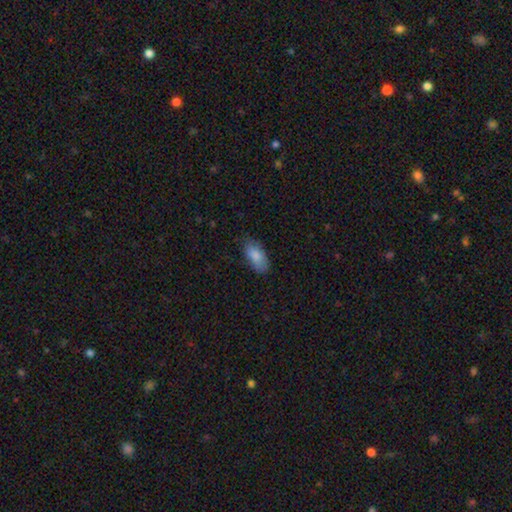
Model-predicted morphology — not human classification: A smooth galaxy with no disk features (84%) that is in between round and cigar-shaped (91%). Merging: none (73%).